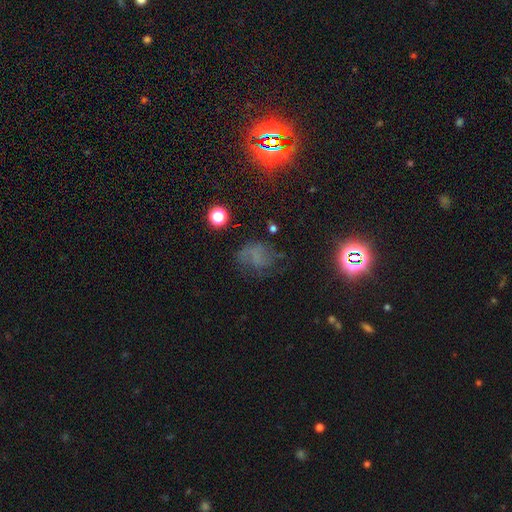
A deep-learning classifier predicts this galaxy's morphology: A featured or disk galaxy (36%). Merging: none (51%).